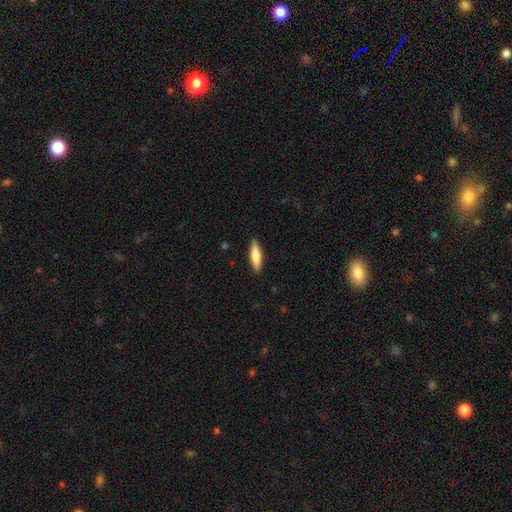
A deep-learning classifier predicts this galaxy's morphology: Smooth or featured? Predicted: smooth (p=0.75). How rounded? Predicted: cigar-shaped (p=0.64). Merging? Predicted: none (p=0.90).